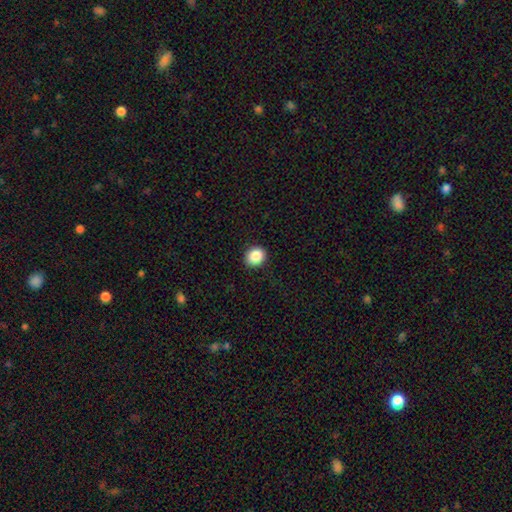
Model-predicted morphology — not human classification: This is clearly a smooth galaxy (87%). How rounded: likely round (76%). Merging: clearly none (91%).